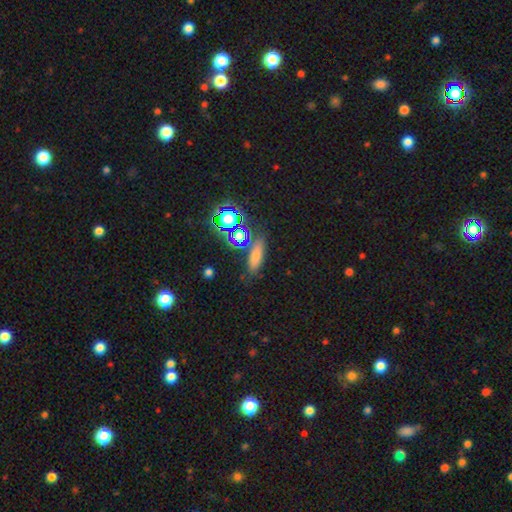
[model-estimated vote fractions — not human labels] Smooth or featured: smooth — 68% (star or artifact — 21%)
How rounded: in between — 55% (cigar-shaped — 38%)
Merging: none — 77% (minor disturbance — 12%)